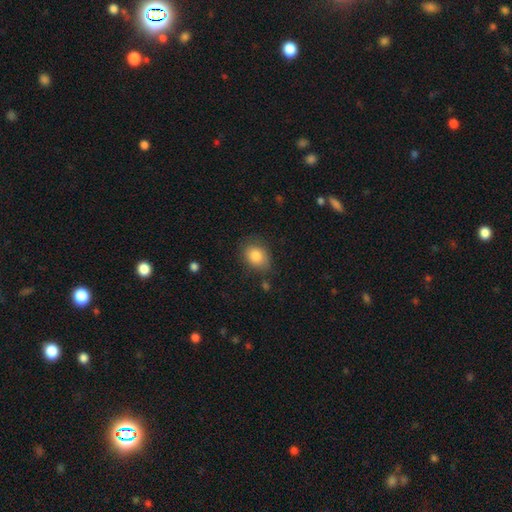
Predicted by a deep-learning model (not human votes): Morphology: type=smooth (85%); roundness=in between (59%); merging=none (72%).